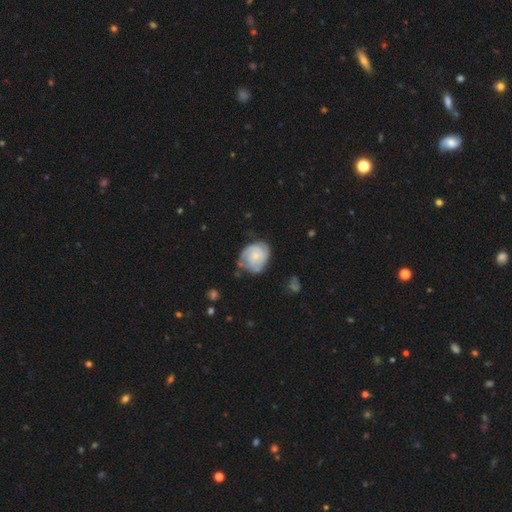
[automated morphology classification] type=featured or disk (69%); edge-on=no (98%); bar=no (75%); spiral arms=yes (92%); winding=tight (61%); arm count=2 (30%, tied with 3); bulge=small (62%); merging=none (58%).